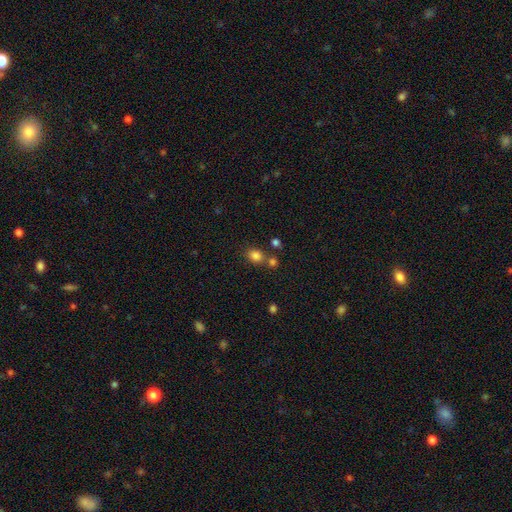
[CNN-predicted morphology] The model was most divided on "how rounded": round: 57%, in between: 41%, cigar-shaped: 1%. More confident: smooth or featured — smooth (82%); merging — none (66%).